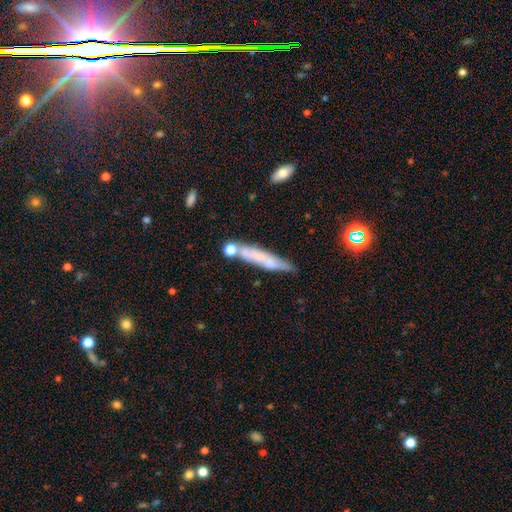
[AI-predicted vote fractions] A smooth galaxy with no disk features (52%) that is cigar-shaped (89%).

Vote fractions:
- Smooth or featured? smooth: 52% / featured or disk: 38% / star or artifact: 10%
- How rounded? cigar-shaped: 89% / in between: 9% / round: 2%
- Merging? none: 65% / minor disturbance: 19% / merger: 11% / major disturbance: 5%